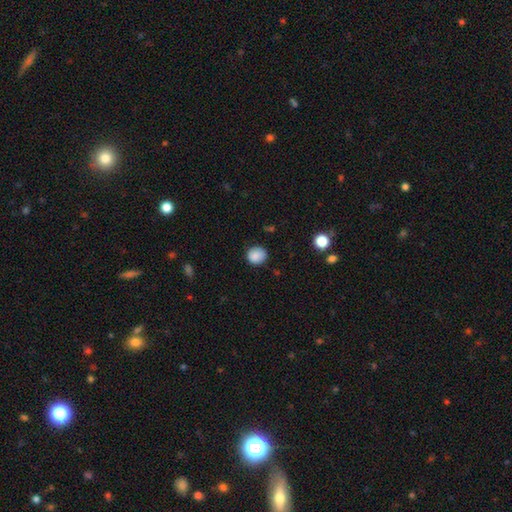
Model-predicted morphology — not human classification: Smooth or featured? smooth (86%)
How rounded? round (83%)
Merging? none (79%)